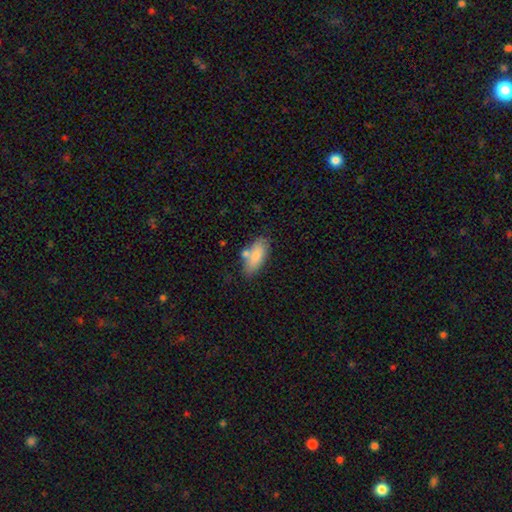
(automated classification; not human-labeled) Overall: smooth (80%). How rounded: in between (84%). Merging: none (65%).